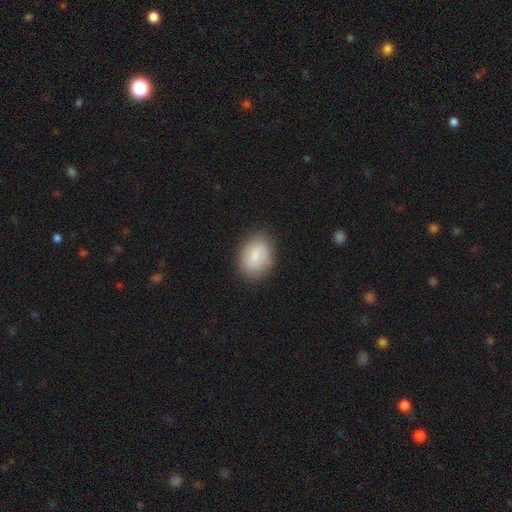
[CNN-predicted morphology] A smooth galaxy with no disk features (81%) that is in between round and cigar-shaped (68%).

Vote fractions:
- Smooth or featured? smooth: 81% / featured or disk: 13% / star or artifact: 6%
- How rounded? in between: 68% / round: 31% / cigar-shaped: 1%
- Merging? none: 82% / minor disturbance: 14% / major disturbance: 3% / merger: 1%